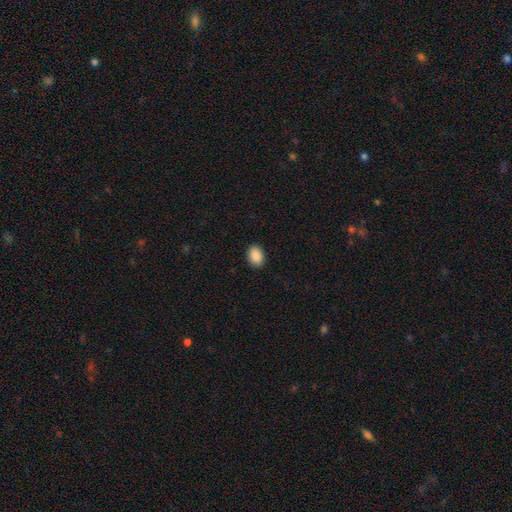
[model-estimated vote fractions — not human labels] Smooth or featured? Predicted: smooth (p=0.90). How rounded? Predicted: in between (p=0.79). Merging? Predicted: none (p=0.90).